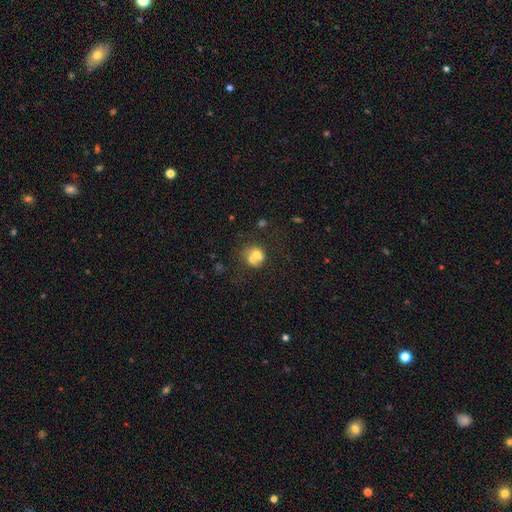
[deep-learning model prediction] Smooth or featured? Predicted: smooth (p=0.61). How rounded? Predicted: round (p=0.69). Merging? Predicted: merger (p=0.57).